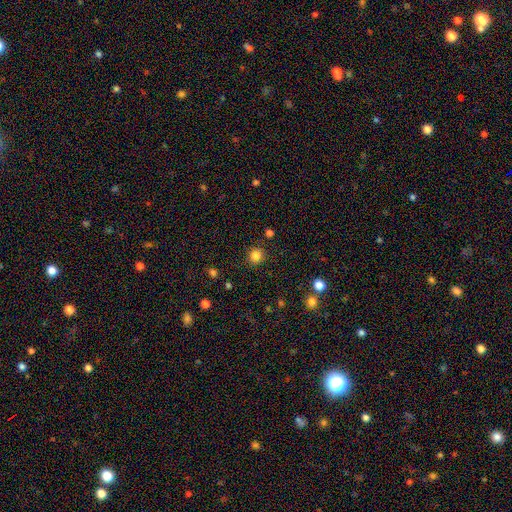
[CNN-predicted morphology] Smooth or featured? smooth (83%)
How rounded? round (90%)
Merging? none (89%)